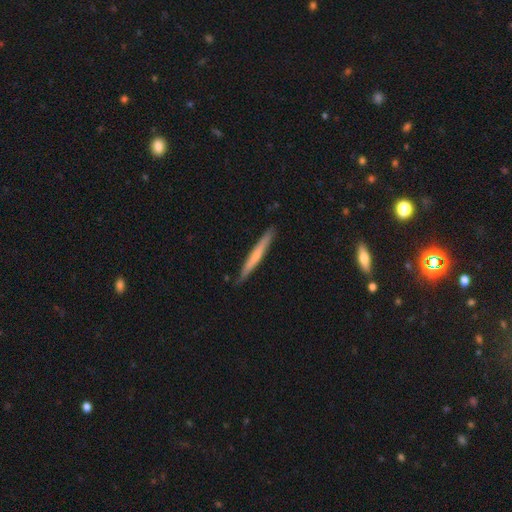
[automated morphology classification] Q: Smooth or featured?
A: smooth (48%); runner-up: featured or disk (47%)
Q: Merging?
A: none (89%); runner-up: minor disturbance (9%)